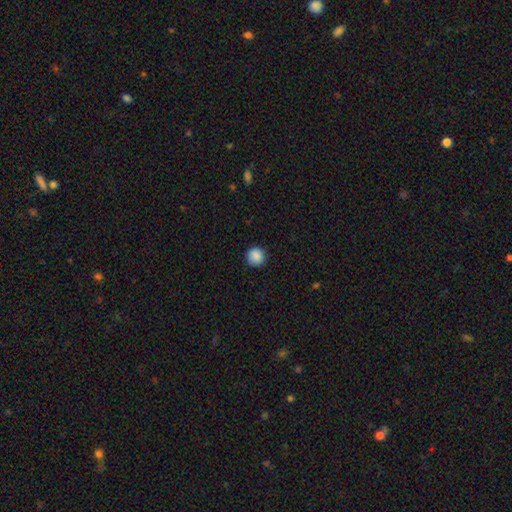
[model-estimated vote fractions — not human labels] This appears to be a smooth galaxy with no disk features (89%) that is round (95%). Merging: none (91%).